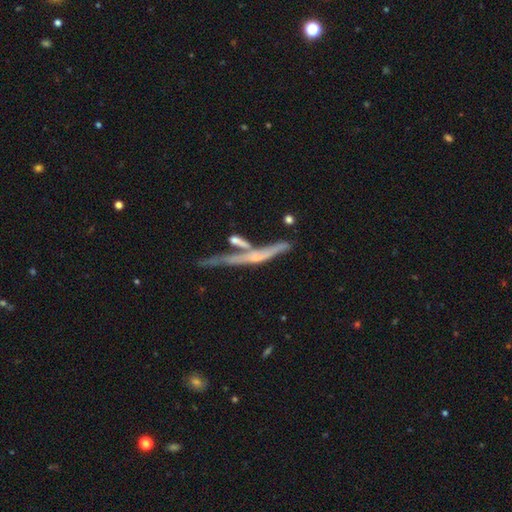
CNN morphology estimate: featured or disk 66%, smooth 25%, star or artifact 9%. Down the decision tree: edge-on disk — yes (91%); edge-on bulge — none (53%); merging — none (52%).